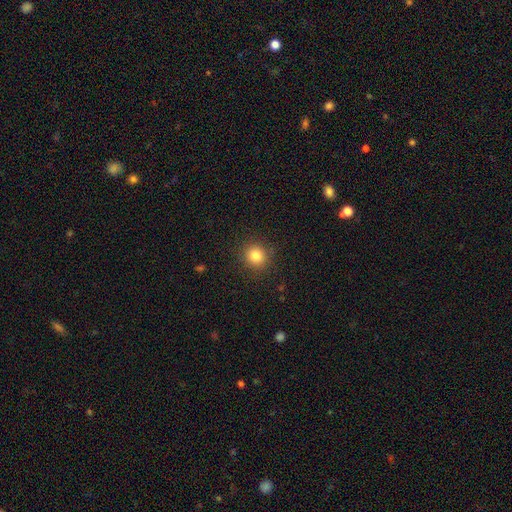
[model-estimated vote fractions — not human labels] Smooth or featured? Predicted: smooth (p=0.83). How rounded? Predicted: round (p=0.90). Merging? Predicted: none (p=0.89).